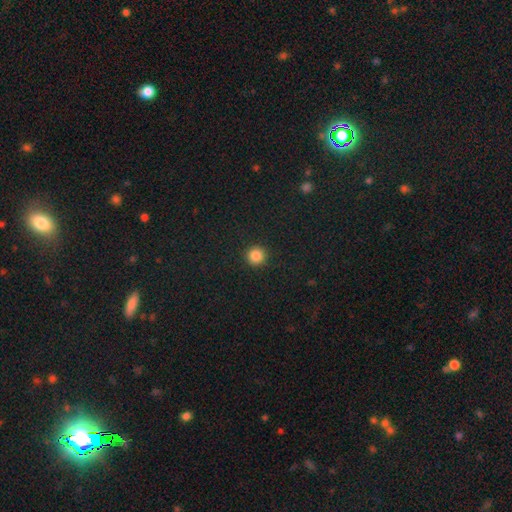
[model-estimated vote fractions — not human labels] A smooth galaxy with no disk features (85%) that is round (95%). Merging: none (92%).